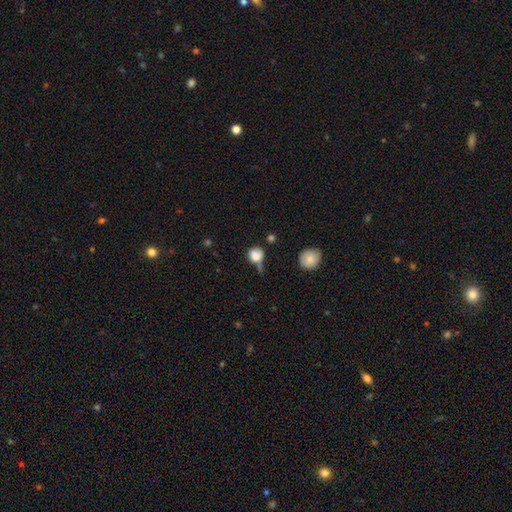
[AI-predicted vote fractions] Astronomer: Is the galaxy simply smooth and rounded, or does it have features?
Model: smooth — 83%.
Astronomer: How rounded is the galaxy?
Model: round — 75%.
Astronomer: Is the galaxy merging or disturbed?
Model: none — 47% (runner-up: minor disturbance, 26%).